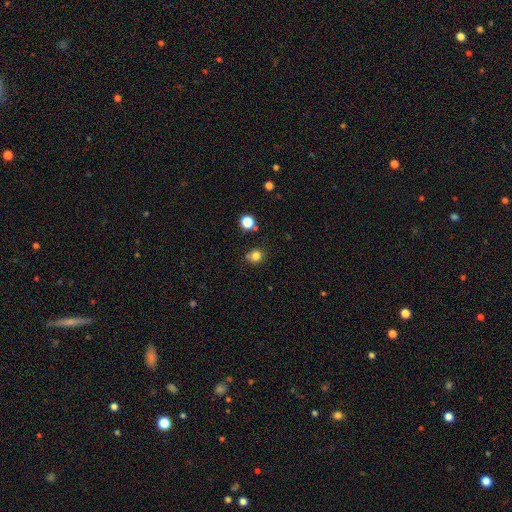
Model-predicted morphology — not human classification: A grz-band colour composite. It shows a smooth galaxy with no disk features (81%) that is round (81%). Merging: none (72%).